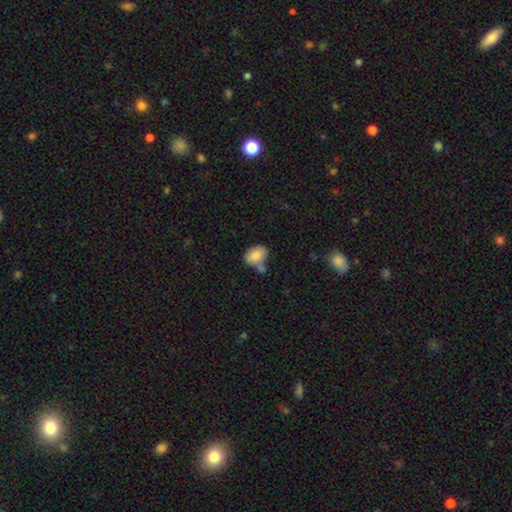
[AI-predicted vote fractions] smooth 84%, featured or disk 9%, star or artifact 8%. Down the decision tree: how rounded — in between (84%); merging — none (42%).